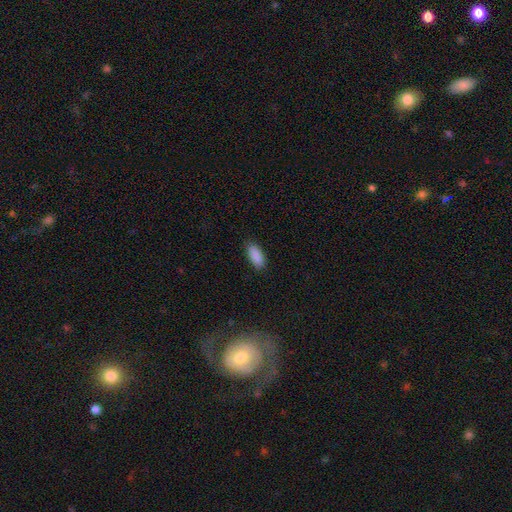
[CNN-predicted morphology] Smooth or featured? smooth (90%)
How rounded? in between (87%)
Merging? none (86%)